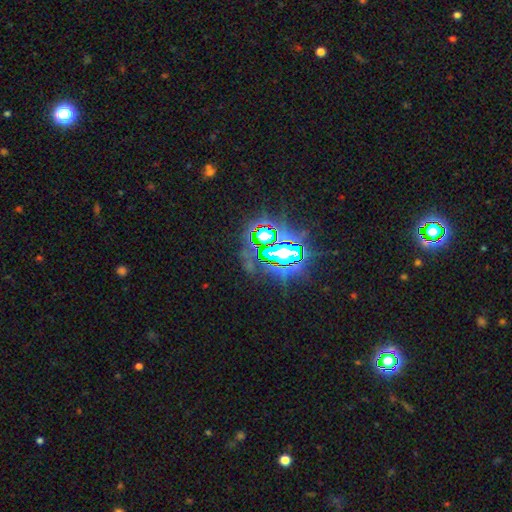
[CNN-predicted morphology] type=star or artifact (82%).